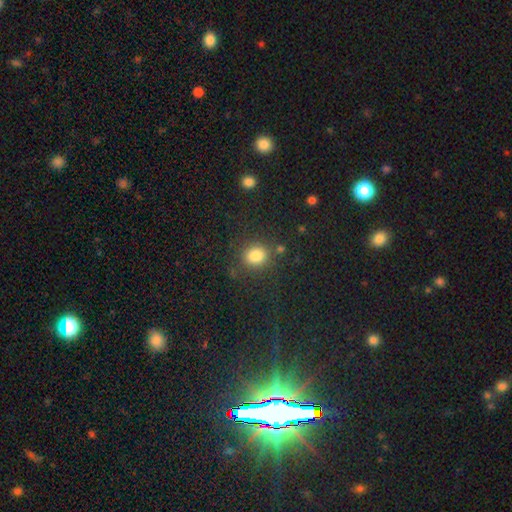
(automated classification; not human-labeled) The model was most divided on "how rounded": round: 75%, in between: 24%, cigar-shaped: 1%. More confident: smooth or featured — smooth (83%); merging — none (79%).